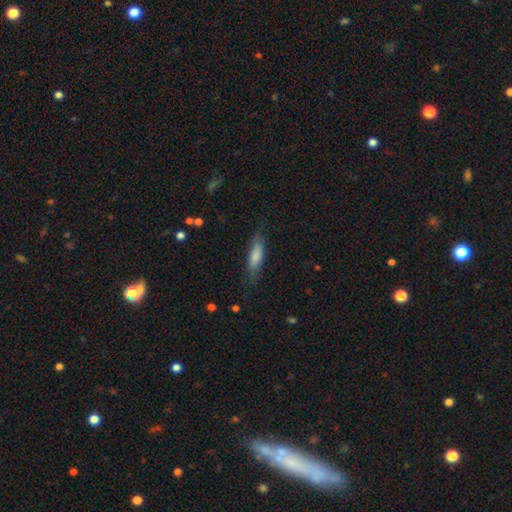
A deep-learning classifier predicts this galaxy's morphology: A smooth galaxy with no disk features (76%) that is cigar-shaped (55%). Merging: none (73%).